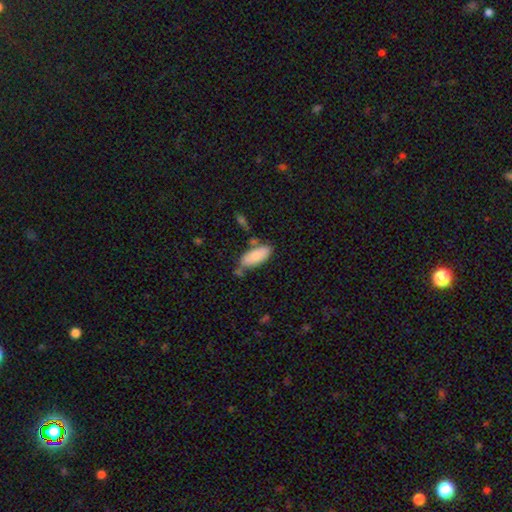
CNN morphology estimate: Smooth or featured?
  - smooth: 84% *
  - featured or disk: 10%
  - star or artifact: 6%
How rounded?
  - in between: 87% *
  - cigar-shaped: 11%
  - round: 2%
Merging?
  - none: 59% *
  - minor disturbance: 22%
  - merger: 13%
  - major disturbance: 6%